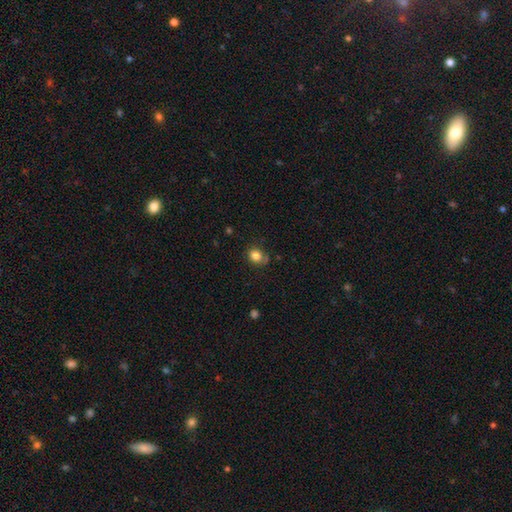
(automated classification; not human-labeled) Smooth or featured? smooth (83%)
How rounded? round (70%)
Merging? none (69%)